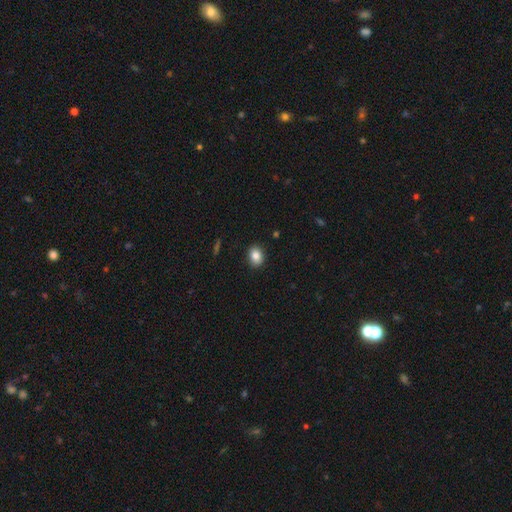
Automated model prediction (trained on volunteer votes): This is clearly a smooth galaxy (84%). How rounded: possibly in between (55%). Merging: clearly none (90%).